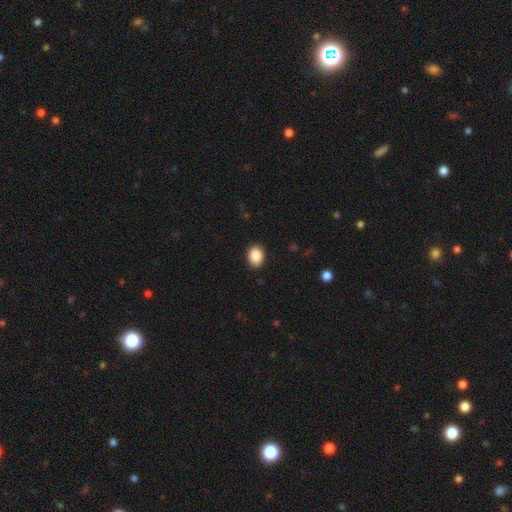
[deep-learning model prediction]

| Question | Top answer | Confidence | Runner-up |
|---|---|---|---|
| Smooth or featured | smooth | 89% | star or artifact (8%) |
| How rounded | in between | 61% | round (38%) |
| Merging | none | 89% | minor disturbance (8%) |